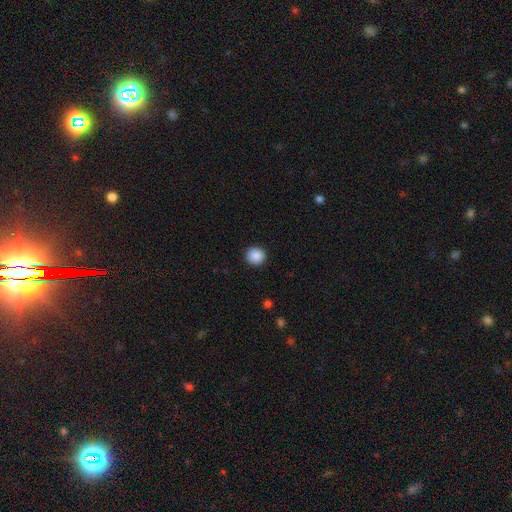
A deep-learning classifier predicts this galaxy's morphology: type=smooth (88%); roundness=round (93%); merging=none (92%).